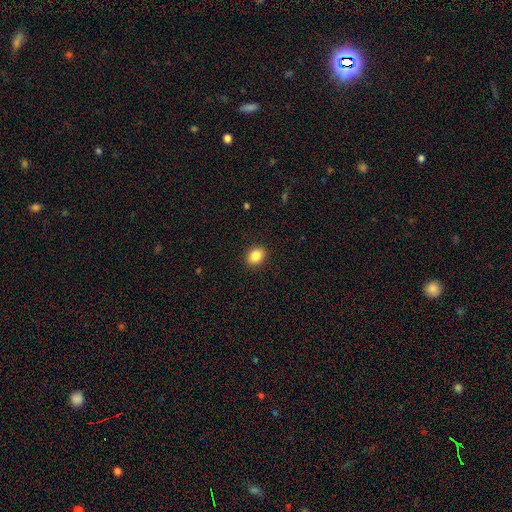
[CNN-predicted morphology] A smooth galaxy with no disk features (86%) that is round (50%).

Vote fractions:
- Smooth or featured? smooth: 86% / star or artifact: 9% / featured or disk: 5%
- How rounded? round: 50% / in between: 49% / cigar-shaped: 1%
- Merging? none: 91% / minor disturbance: 6% / major disturbance: 2% / merger: 1%